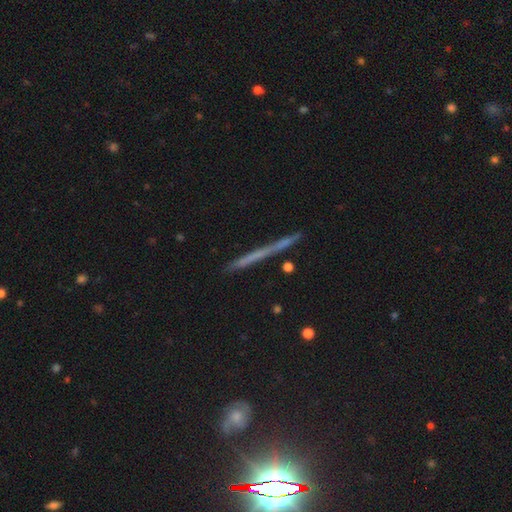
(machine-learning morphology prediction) This appears to be a featured or disk galaxy (48%). Merging: none (89%).